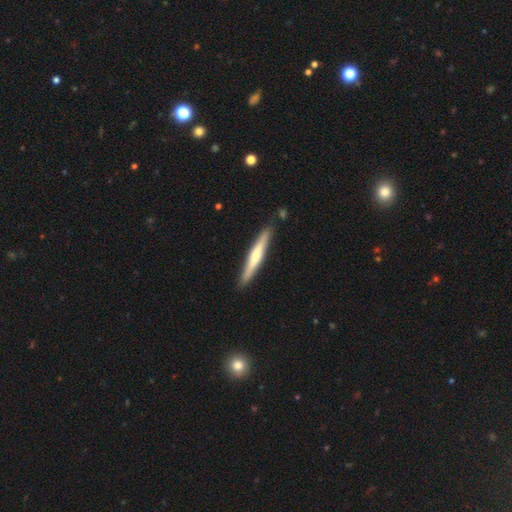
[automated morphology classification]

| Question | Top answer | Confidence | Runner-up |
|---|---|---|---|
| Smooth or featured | smooth | 48% | featured or disk (47%) |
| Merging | none | 88% | minor disturbance (9%) |